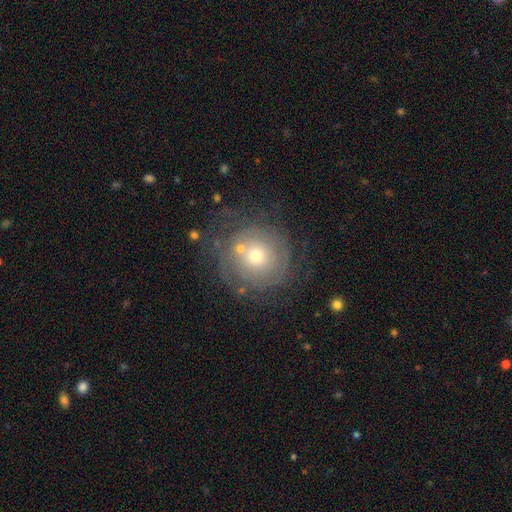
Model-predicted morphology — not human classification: A featured or disk galaxy (52%) with no bar (88%), spiral arms (65%) and a small central bulge (46%, tied with moderate).

Vote fractions:
- Smooth or featured? featured or disk: 52% / smooth: 37% / star or artifact: 11%
- Edge-on disk? no: 97% / yes: 3%
- Bar? no: 88% / weak: 9% / strong: 2%
- Spiral arms? yes: 65% / no: 35%
- Bulge size? small: 46% (tied) / moderate: 46% (tied) / large: 5% / dominant: 2% / none: 1%
- Merging? none: 64% / minor disturbance: 16% / major disturbance: 12% / merger: 8%